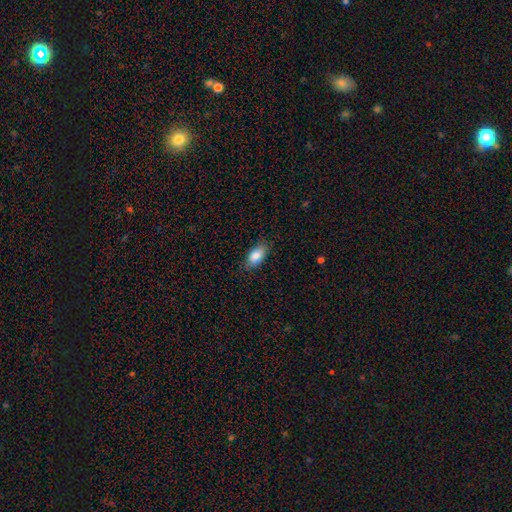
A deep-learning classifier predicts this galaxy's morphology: Q: Smooth or featured?
A: smooth (86%); runner-up: featured or disk (7%)
Q: How rounded?
A: in between (90%); runner-up: cigar-shaped (6%)
Q: Merging?
A: none (81%); runner-up: minor disturbance (15%)